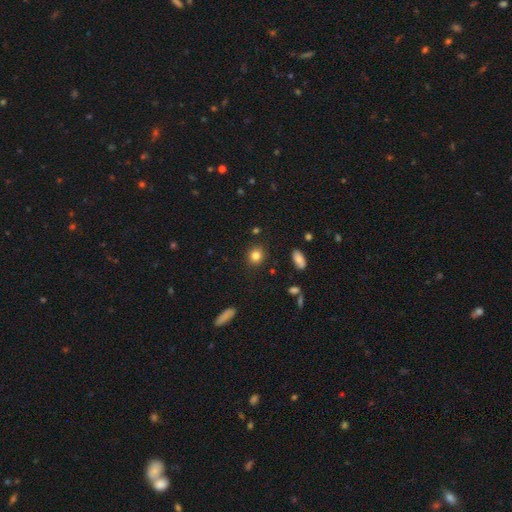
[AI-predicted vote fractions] smooth 83%, star or artifact 11%, featured or disk 6%. Down the decision tree: how rounded — round (78%); merging — none (88%).